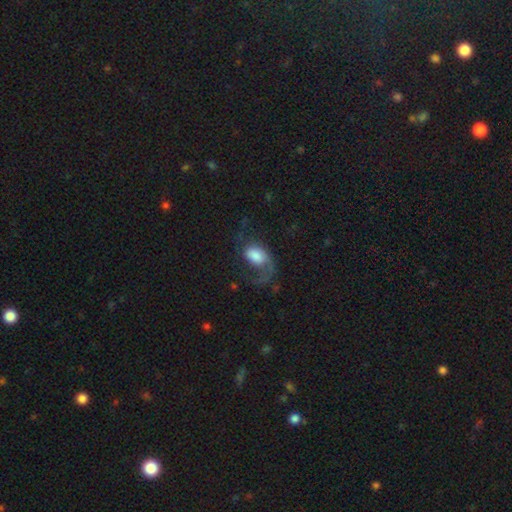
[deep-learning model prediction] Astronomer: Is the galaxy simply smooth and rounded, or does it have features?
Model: featured or disk — 51% (runner-up: smooth, 41%).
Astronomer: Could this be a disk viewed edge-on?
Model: no — 96%.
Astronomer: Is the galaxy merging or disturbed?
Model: major disturbance — 46% (runner-up: none, 33%).